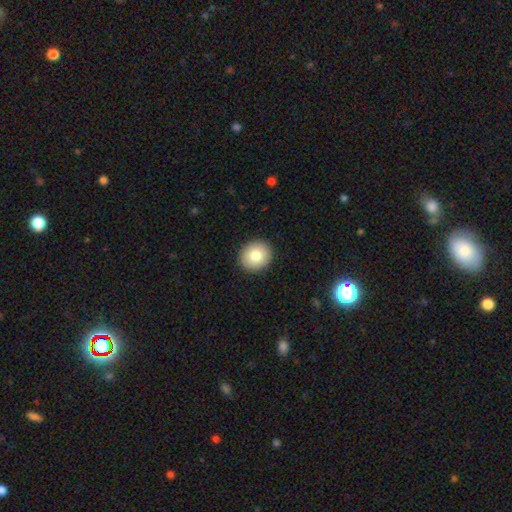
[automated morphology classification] smooth_or_featured: smooth (p=0.80) [alt: featured or disk p=0.11]
how_rounded: round (p=0.84) [alt: in between p=0.15]
merging: none (p=0.92) [alt: minor disturbance p=0.05]